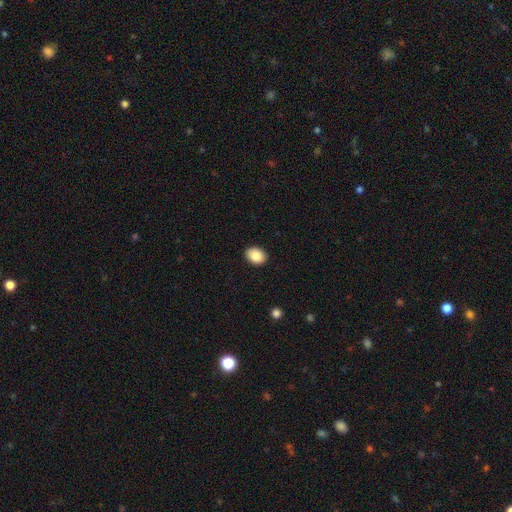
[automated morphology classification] Smooth or featured: smooth — 86% (star or artifact — 8%)
How rounded: in between — 64% (round — 35%)
Merging: none — 91% (minor disturbance — 6%)